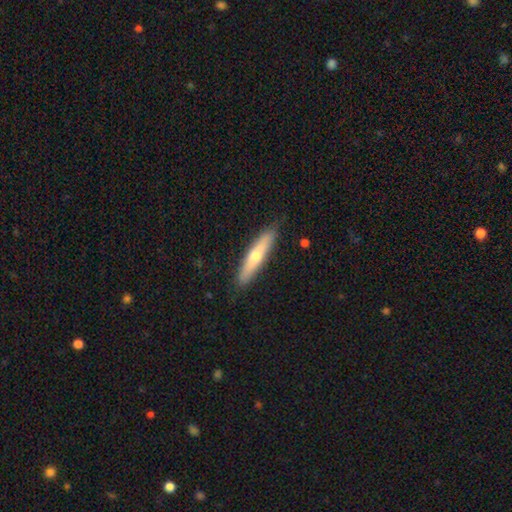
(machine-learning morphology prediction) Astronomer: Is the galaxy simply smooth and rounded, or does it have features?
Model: smooth — 50% (runner-up: featured or disk, 44%).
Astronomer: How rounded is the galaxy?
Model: cigar-shaped — 86%.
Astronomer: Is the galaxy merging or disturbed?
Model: none — 89%.